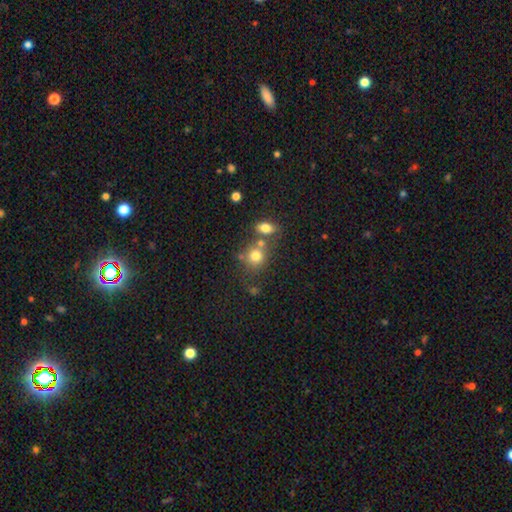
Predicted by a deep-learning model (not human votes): The model was most divided on "merging": none: 52%, merger: 31%, minor disturbance: 11%, major disturbance: 5%. More confident: how rounded — round (77%); smooth or featured — smooth (77%).